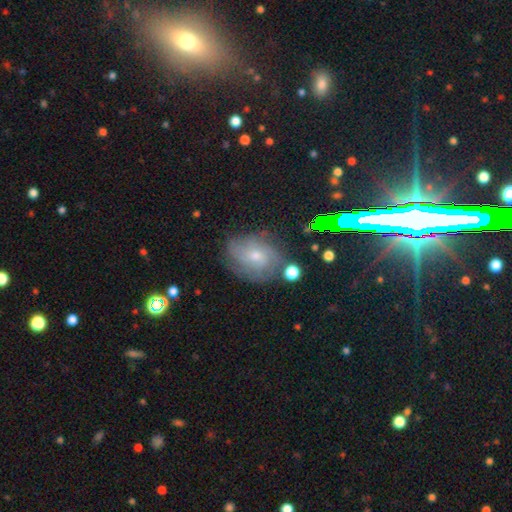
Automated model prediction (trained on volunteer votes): A featured or disk galaxy (55%) with no bar (76%), spiral arms (83%) and a small central bulge (59%).

Vote fractions:
- Smooth or featured? featured or disk: 55% / smooth: 30% / star or artifact: 15%
- Edge-on disk? no: 96% / yes: 4%
- Bar? no: 76% / weak: 21% / strong: 3%
- Spiral arms? yes: 83% / no: 17%
- Bulge size? small: 59% / moderate: 35% / large: 2% / none: 2% / dominant: 1%
- Merging? none: 69% / minor disturbance: 20% / major disturbance: 8% / merger: 3%